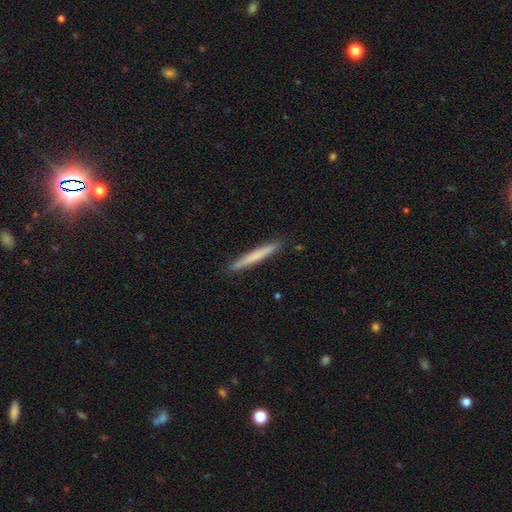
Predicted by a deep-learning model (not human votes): Smooth or featured?
  - smooth: 66% *
  - featured or disk: 28%
  - star or artifact: 5%
How rounded?
  - cigar-shaped: 97% *
  - in between: 2%
  - round: 1%
Merging?
  - none: 91% *
  - minor disturbance: 7%
  - major disturbance: 1%
  - merger: 1%